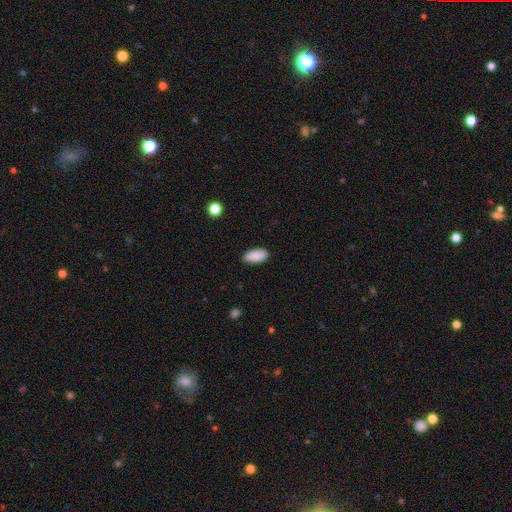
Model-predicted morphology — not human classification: Smooth or featured? Predicted: smooth (p=0.89). How rounded? Predicted: in between (p=0.92). Merging? Predicted: none (p=0.87).